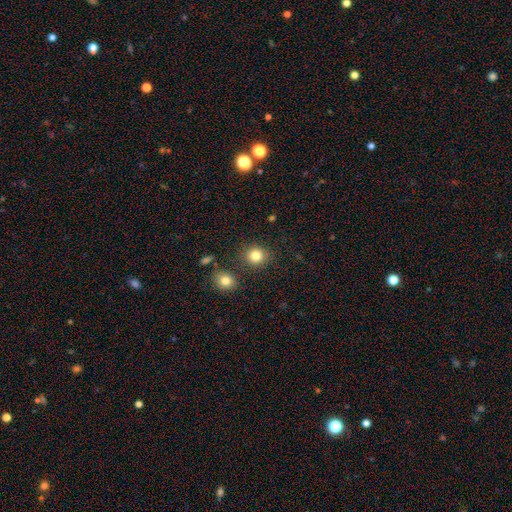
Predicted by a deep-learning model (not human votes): Q: Smooth or featured?
A: smooth (83%); runner-up: star or artifact (11%)
Q: How rounded?
A: round (84%); runner-up: in between (15%)
Q: Merging?
A: none (85%); runner-up: minor disturbance (8%)